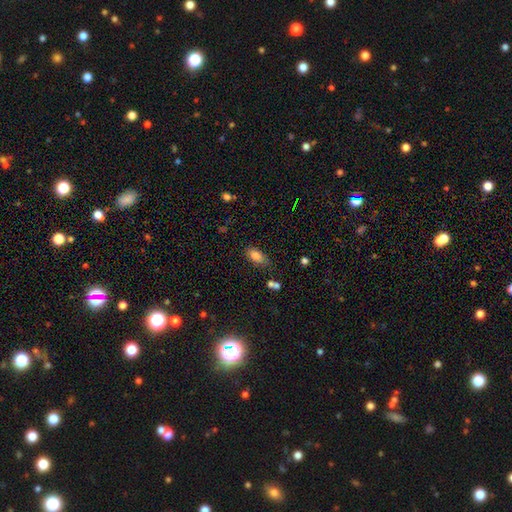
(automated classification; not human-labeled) This is clearly a smooth galaxy (81%). How rounded: clearly in between (88%). Merging: likely none (70%).